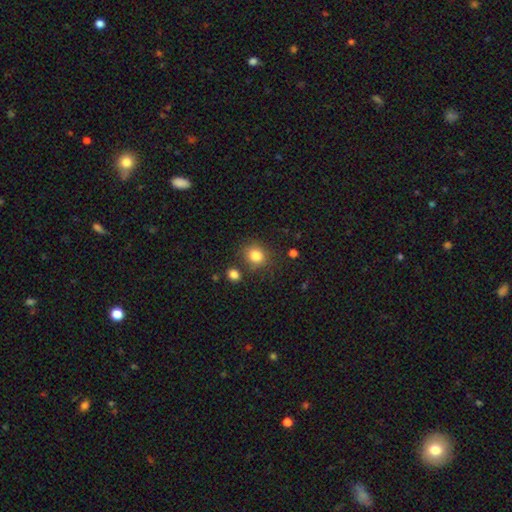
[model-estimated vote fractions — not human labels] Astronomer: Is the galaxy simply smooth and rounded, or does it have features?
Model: smooth — 83%.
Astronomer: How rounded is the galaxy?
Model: round — 72%.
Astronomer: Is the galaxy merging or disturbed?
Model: none — 77%.